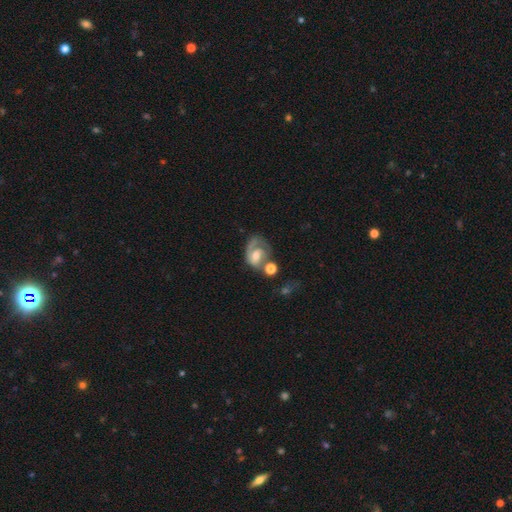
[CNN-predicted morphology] Smooth or featured: featured or disk — 71% (smooth — 21%)
Edge-on disk: no — 97% (yes — 3%)
Bar: no — 51% (weak — 39%)
Spiral arms: yes — 87% (no — 13%)
Spiral winding: tight — 41% (medium — 40%)
Spiral arm count: 1 — 51% (2 — 35%)
Bulge size: moderate — 56% (small — 31%)
Merging: none — 37% (merger — 23%)